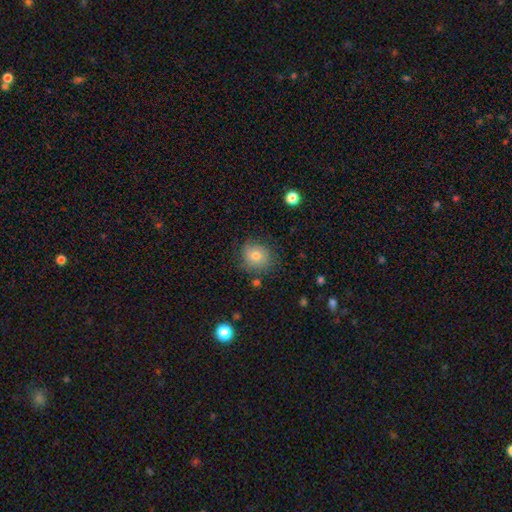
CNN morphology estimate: Smooth or featured? smooth (75%)
How rounded? round (77%)
Merging? none (80%)